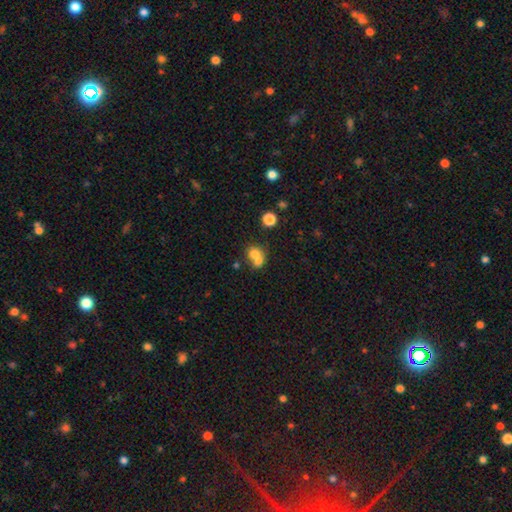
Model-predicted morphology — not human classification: A smooth galaxy with no disk features (71%) that is round (73%). Merging: merger (63%).